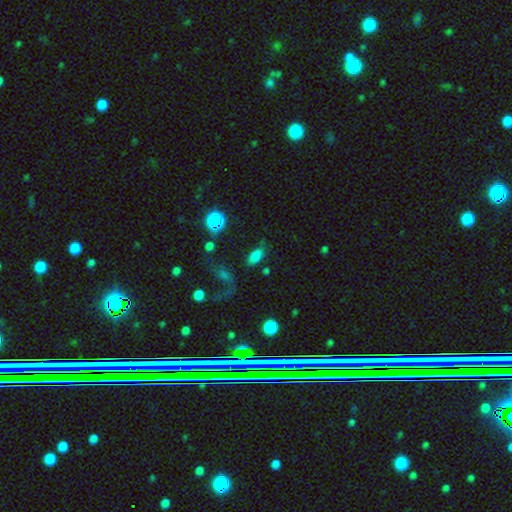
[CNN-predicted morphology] This is likely a smooth galaxy (75%). How rounded: clearly in between (86%). Merging: likely none (65%).